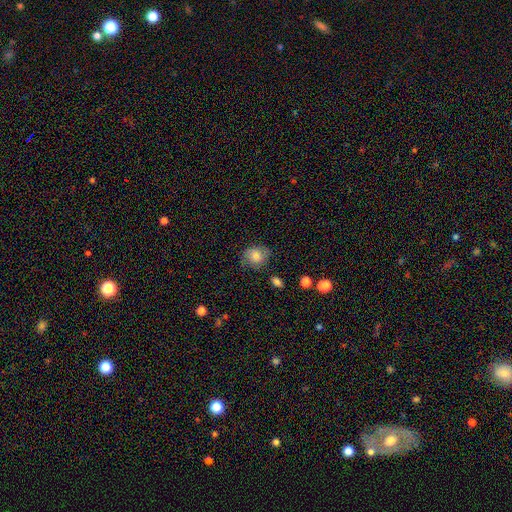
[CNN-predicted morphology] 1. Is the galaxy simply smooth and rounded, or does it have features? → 72% smooth, 18% featured or disk, 9% star or artifact.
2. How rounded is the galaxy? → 65% round, 34% in between, 1% cigar-shaped.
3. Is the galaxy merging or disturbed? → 68% none, 23% minor disturbance, 7% major disturbance, 2% merger.